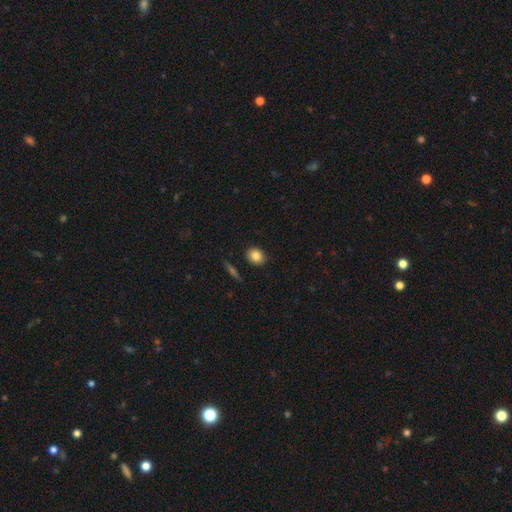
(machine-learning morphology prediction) A smooth galaxy with no disk features (84%) that is round (57%). Merging: none (87%).